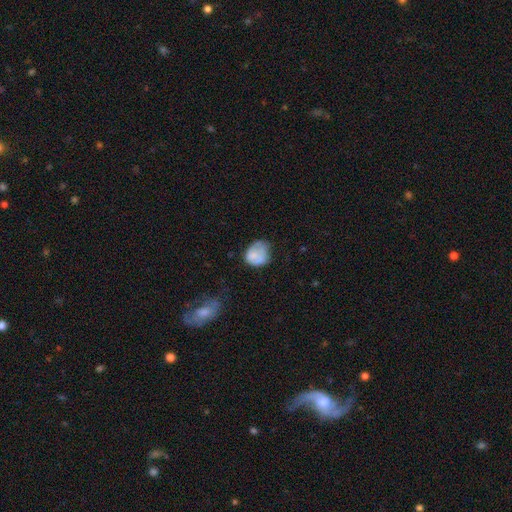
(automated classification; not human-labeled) This is likely a smooth galaxy (71%). How rounded: possibly round (57%). Merging: marginally none (39%).